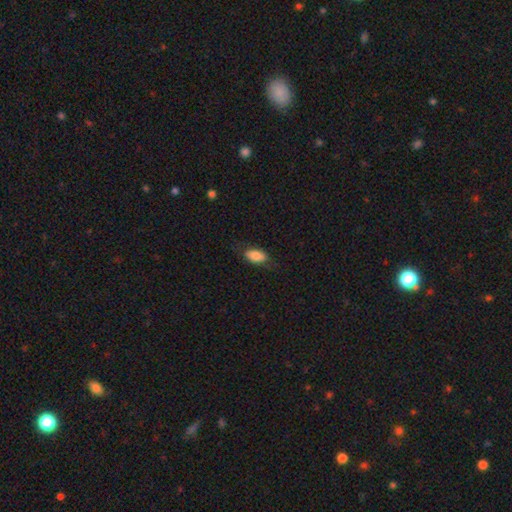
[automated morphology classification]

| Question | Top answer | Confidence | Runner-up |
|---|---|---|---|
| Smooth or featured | smooth | 83% | featured or disk (10%) |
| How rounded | in between | 90% | cigar-shaped (6%) |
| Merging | none | 73% | minor disturbance (19%) |